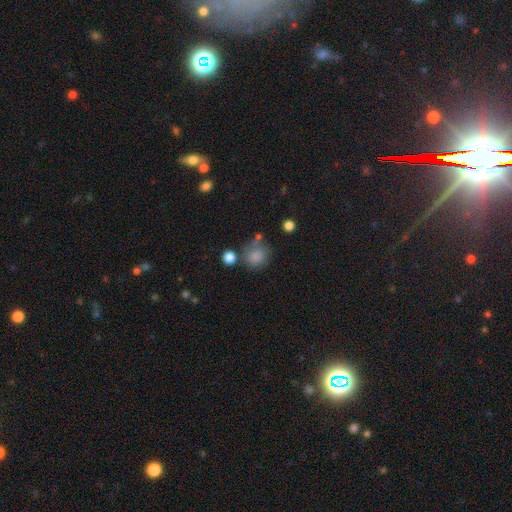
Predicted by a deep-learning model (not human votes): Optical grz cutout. It shows a smooth galaxy with no disk features (81%) that is round (83%). Merging: none (59%).